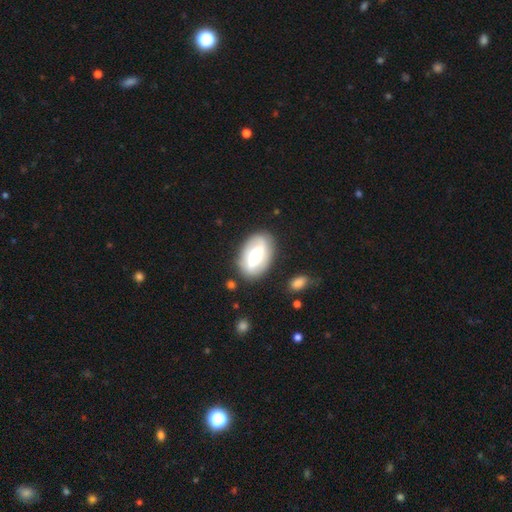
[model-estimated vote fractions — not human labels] Q: Smooth or featured?
A: featured or disk (55%); runner-up: smooth (39%)
Q: Edge-on disk?
A: no (93%); runner-up: yes (7%)
Q: Bar?
A: strong (38%); runner-up: weak (37%)
Q: Spiral arms?
A: yes (75%); runner-up: no (25%)
Q: Bulge size?
A: moderate (45%); runner-up: large (24%)
Q: Merging?
A: none (79%); runner-up: minor disturbance (14%)